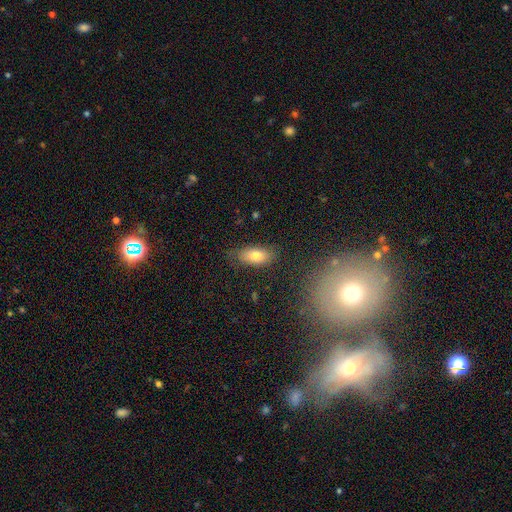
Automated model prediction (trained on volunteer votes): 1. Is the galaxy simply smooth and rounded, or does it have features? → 77% smooth, 14% featured or disk, 8% star or artifact.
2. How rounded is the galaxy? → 87% in between, 9% cigar-shaped, 4% round.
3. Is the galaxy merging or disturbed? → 79% none, 16% minor disturbance, 4% major disturbance, 2% merger.